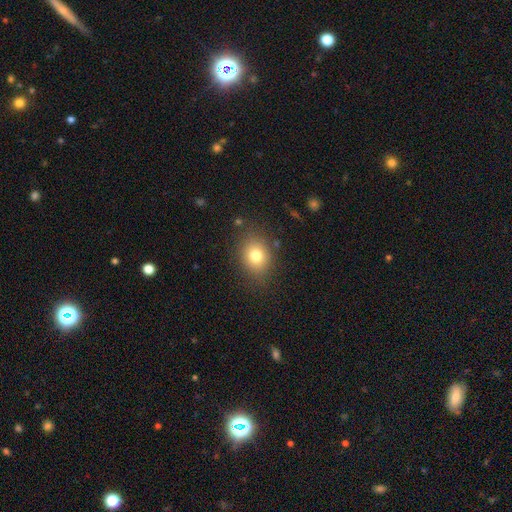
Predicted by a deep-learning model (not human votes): Q: Smooth or featured?
A: smooth (77%); runner-up: star or artifact (12%)
Q: How rounded?
A: round (51%); runner-up: in between (48%)
Q: Merging?
A: none (82%); runner-up: minor disturbance (12%)